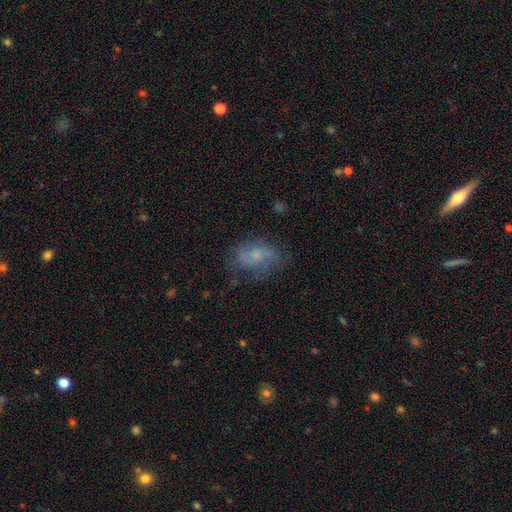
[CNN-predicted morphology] Smooth or featured: featured or disk — 52% (smooth — 36%)
Edge-on disk: no — 96% (yes — 4%)
Merging: none — 57% (minor disturbance — 24%)